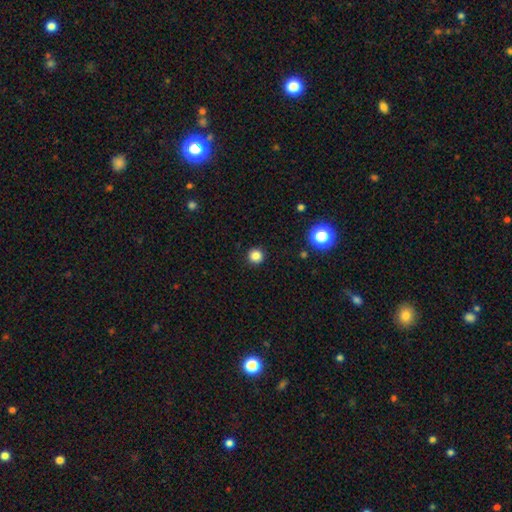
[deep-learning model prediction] Smooth or featured? Predicted: smooth (p=0.83). How rounded? Predicted: round (p=0.95). Merging? Predicted: none (p=0.93).